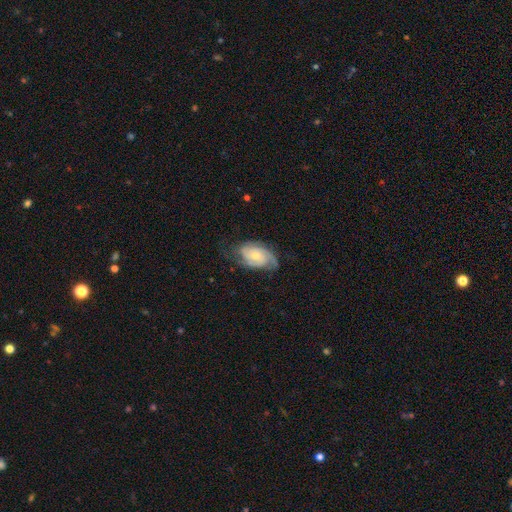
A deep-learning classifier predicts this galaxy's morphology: smooth_or_featured: featured or disk (p=0.77) [alt: smooth p=0.17]
disk_edge_on: no (p=0.96) [alt: yes p=0.04]
bar: no (p=0.71) [alt: weak p=0.25]
has_spiral_arms: yes (p=0.94) [alt: no p=0.06]
spiral_winding: tight (p=0.49) [alt: medium p=0.38]
spiral_arm_count: 2 (p=0.42) [alt: 3 p=0.25]
bulge_size: small (p=0.54) [alt: moderate p=0.40]
merging: none (p=0.63) [alt: minor disturbance p=0.24]